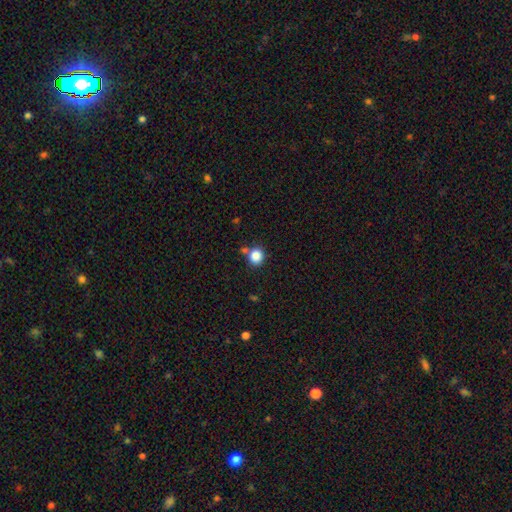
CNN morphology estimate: smooth 85%, star or artifact 11%, featured or disk 4%. Down the decision tree: how rounded — round (87%); merging — none (73%).